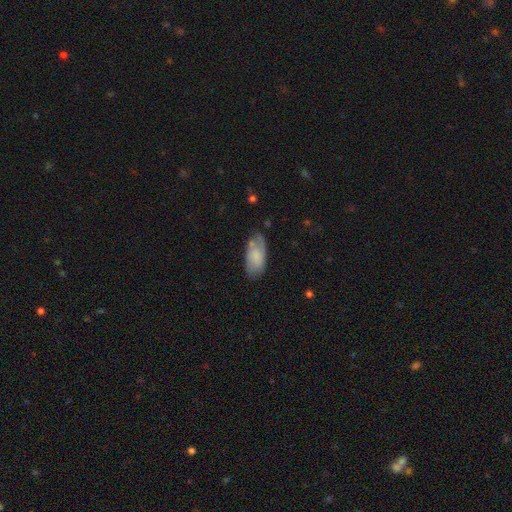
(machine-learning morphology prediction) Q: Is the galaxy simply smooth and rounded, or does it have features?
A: smooth — 75%.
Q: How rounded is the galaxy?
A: in between — 92%.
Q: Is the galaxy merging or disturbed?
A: none — 64%.